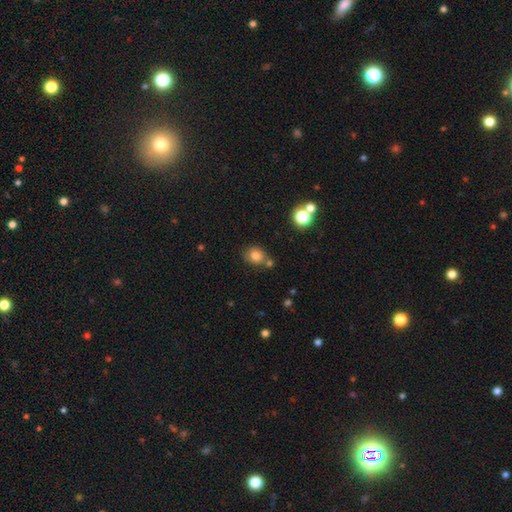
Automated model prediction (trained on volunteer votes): Morphology: type=smooth (79%); roundness=round (67%); merging=none (65%).